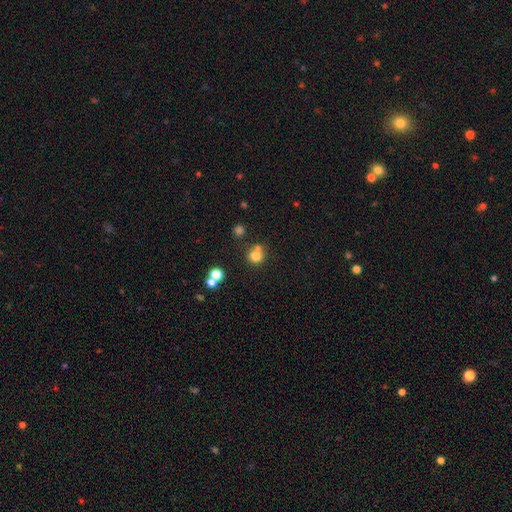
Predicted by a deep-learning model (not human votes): Smooth or featured: smooth — 76% (star or artifact — 15%)
How rounded: round — 85% (in between — 14%)
Merging: none — 57% (merger — 30%)